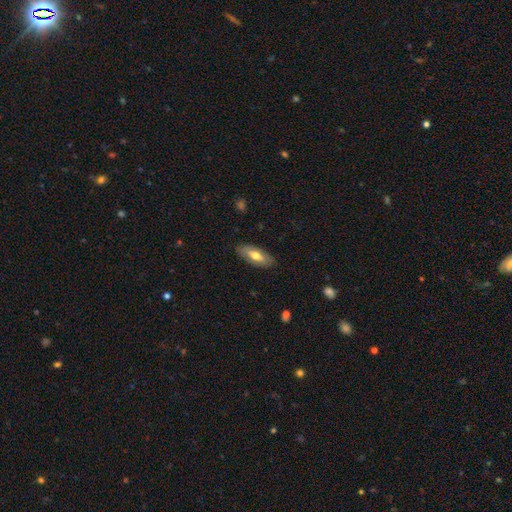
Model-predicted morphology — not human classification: The model was most divided on "smooth or featured": smooth: 62%, featured or disk: 32%, star or artifact: 6%. More confident: merging — none (85%); how rounded — in between (78%).